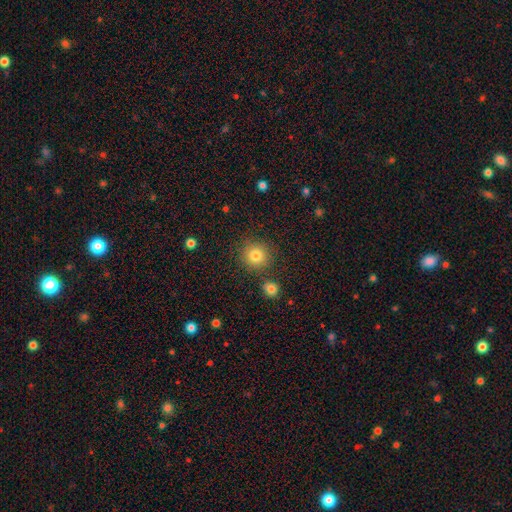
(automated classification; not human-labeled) Morphology: type=smooth (82%); roundness=round (93%); merging=none (84%).